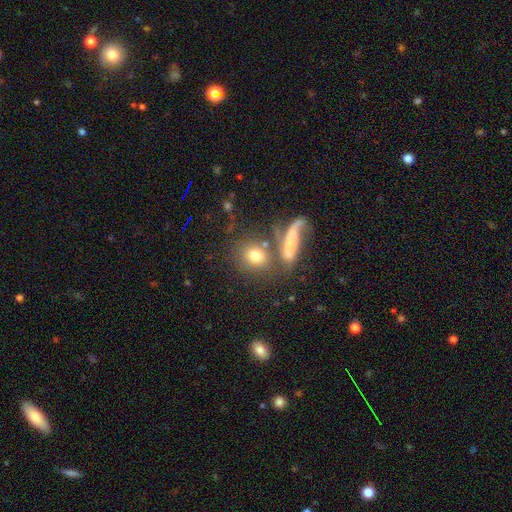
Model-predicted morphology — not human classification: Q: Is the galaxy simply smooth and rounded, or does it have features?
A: smooth — 73%.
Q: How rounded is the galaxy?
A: round — 64%.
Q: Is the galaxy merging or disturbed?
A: none — 55%.